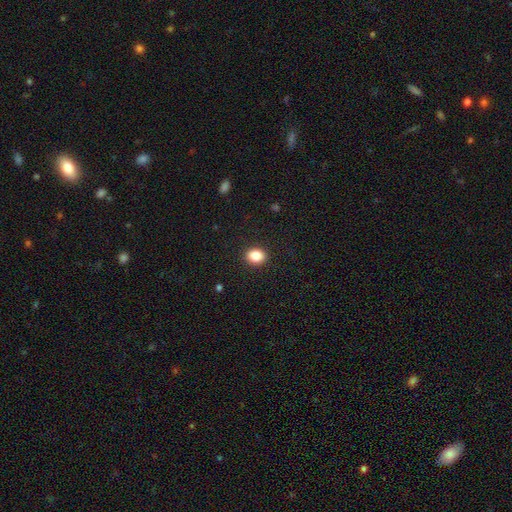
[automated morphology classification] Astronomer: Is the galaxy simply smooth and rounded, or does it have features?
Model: smooth — 86%.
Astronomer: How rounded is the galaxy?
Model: in between — 51% (runner-up: round, 48%).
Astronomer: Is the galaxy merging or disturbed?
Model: none — 90%.